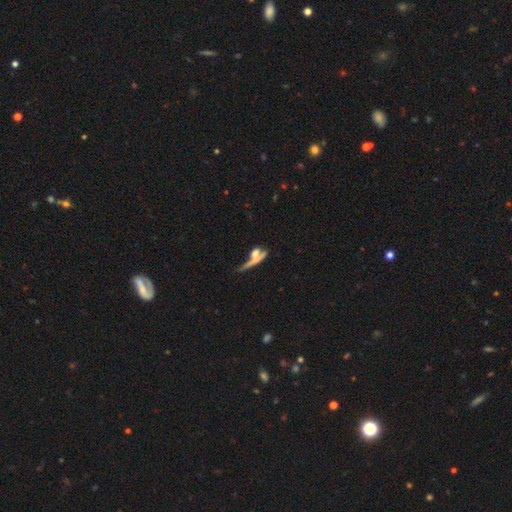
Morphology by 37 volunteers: Smooth or featured: featured or disk — 51% (smooth — 46%)
Edge-on disk: yes — 63% (no — 37%)
Edge-on bulge: none — 50% (tied with rounded — 50%)
Merging: merger — 53% (none — 25%)